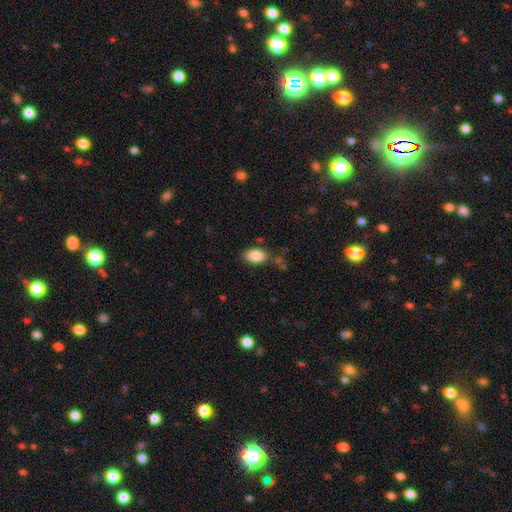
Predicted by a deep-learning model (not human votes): This appears to be a smooth galaxy with no disk features (86%) that is in between round and cigar-shaped (90%). Merging: none (75%).